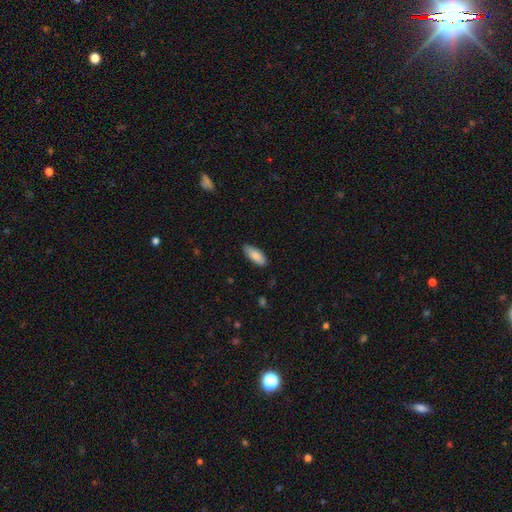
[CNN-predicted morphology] Overall: smooth (85%). How rounded: in between (77%). Merging: none (86%).